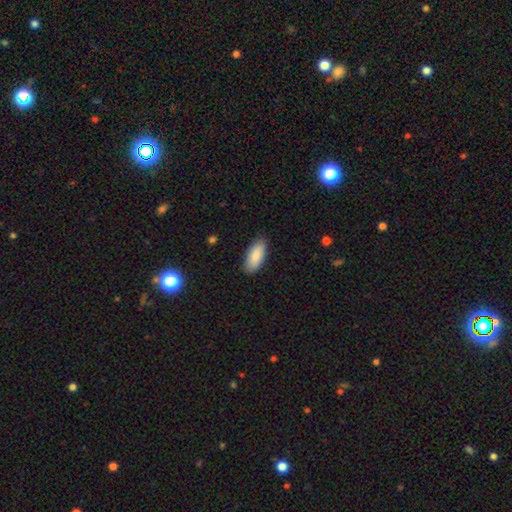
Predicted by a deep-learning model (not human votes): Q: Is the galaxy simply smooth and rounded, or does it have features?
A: smooth — 87%.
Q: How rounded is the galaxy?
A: in between — 84%.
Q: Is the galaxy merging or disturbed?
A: none — 85%.